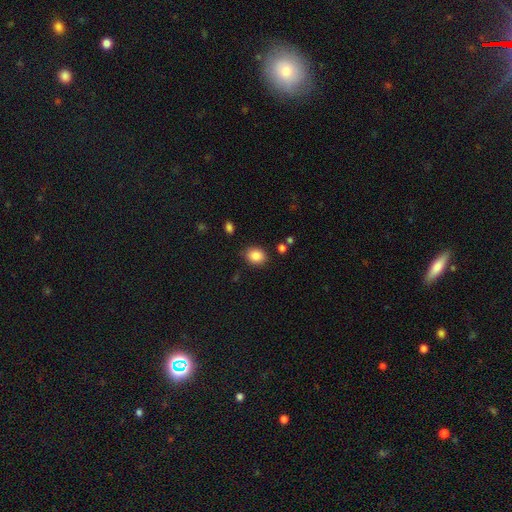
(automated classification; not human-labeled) Smooth or featured? Predicted: smooth (p=0.86). How rounded? Predicted: in between (p=0.51). Merging? Predicted: none (p=0.82).